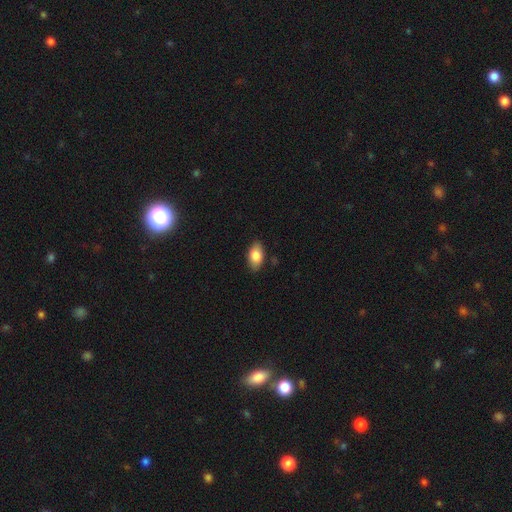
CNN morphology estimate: This appears to be a smooth galaxy with no disk features (83%) that is in between round and cigar-shaped (92%). Merging: none (85%).